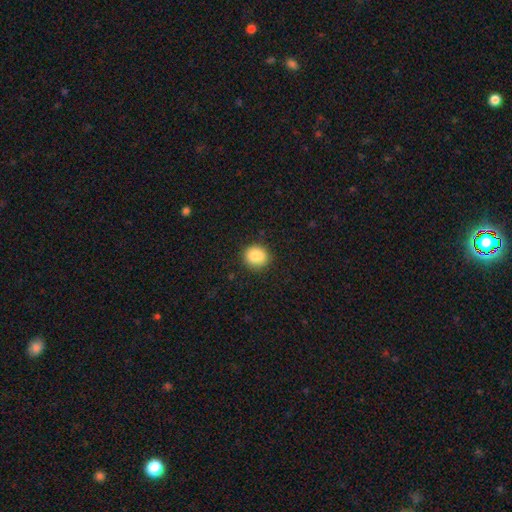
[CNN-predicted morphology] smooth-or-featured: smooth: 86% | star or artifact: 9% | featured or disk: 5%
  how-rounded: round: 83% | in between: 16% | cigar-shaped: 1%
  merging: none: 86% | minor disturbance: 10% | major disturbance: 3% | merger: 1%